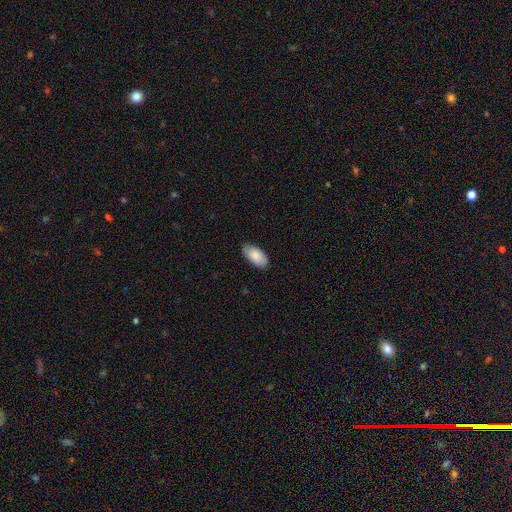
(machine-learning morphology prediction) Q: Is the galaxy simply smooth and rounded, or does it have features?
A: smooth — 87%.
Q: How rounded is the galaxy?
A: in between — 95%.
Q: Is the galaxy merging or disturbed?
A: none — 84%.